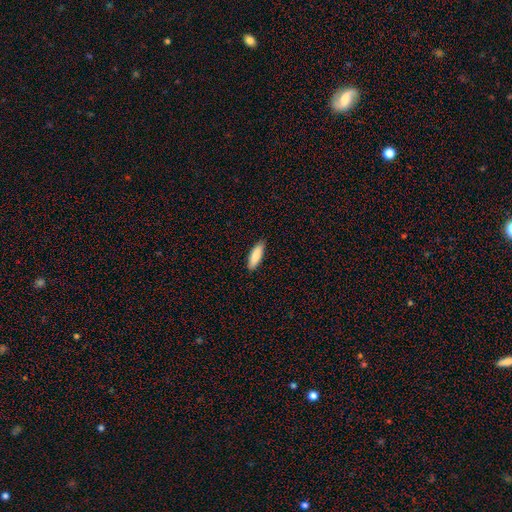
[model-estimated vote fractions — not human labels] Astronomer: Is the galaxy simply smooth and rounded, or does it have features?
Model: smooth — 85%.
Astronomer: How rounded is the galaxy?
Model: in between — 50% (runner-up: cigar-shaped, 48%).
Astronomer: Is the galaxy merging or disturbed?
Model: none — 89%.